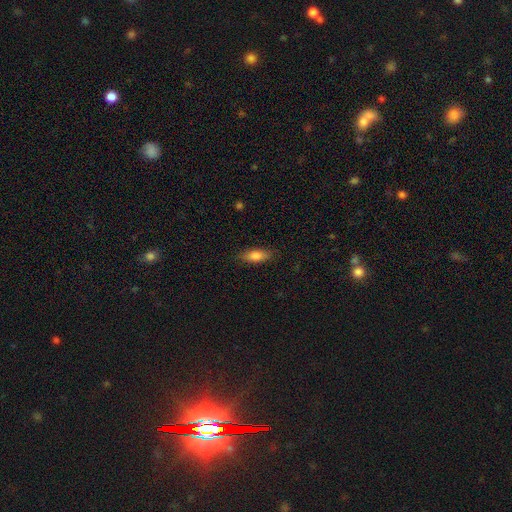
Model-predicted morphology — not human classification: This appears to be a smooth galaxy with no disk features (79%) that is in between round and cigar-shaped (66%). Merging: none (85%).